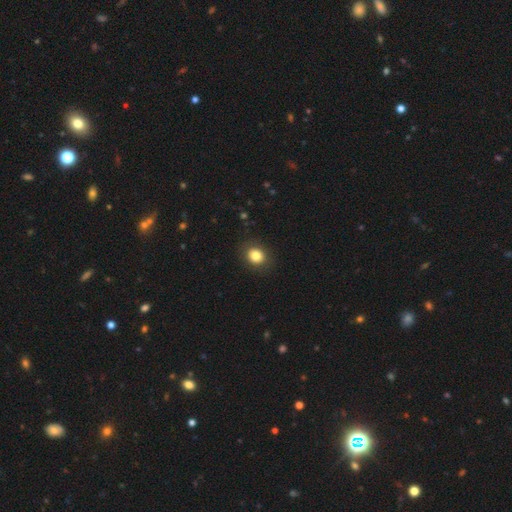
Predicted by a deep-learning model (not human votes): This is clearly a smooth galaxy (83%). How rounded: likely round (67%). Merging: clearly none (88%).